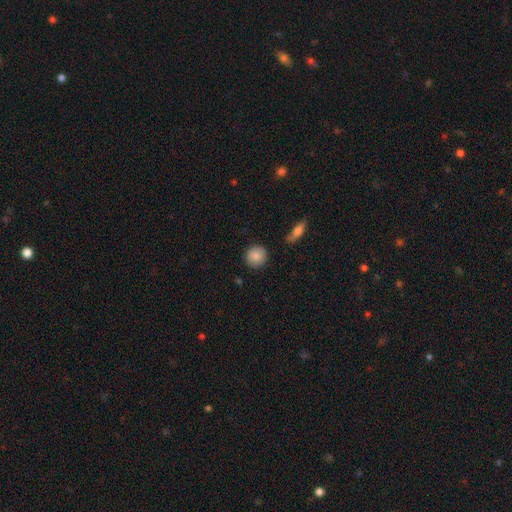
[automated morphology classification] Smooth or featured?
  - smooth: 86% *
  - star or artifact: 7%
  - featured or disk: 6%
How rounded?
  - round: 91% *
  - in between: 8%
  - cigar-shaped: 1%
Merging?
  - none: 87% *
  - minor disturbance: 8%
  - major disturbance: 2%
  - merger: 2%